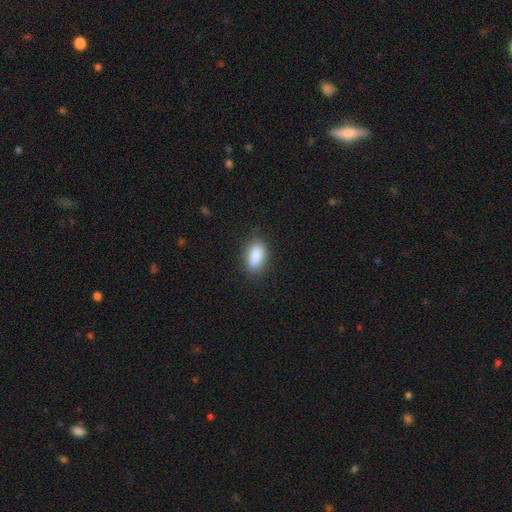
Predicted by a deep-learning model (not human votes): Smooth or featured: smooth — 88% (star or artifact — 7%)
How rounded: in between — 89% (cigar-shaped — 6%)
Merging: none — 85% (minor disturbance — 11%)